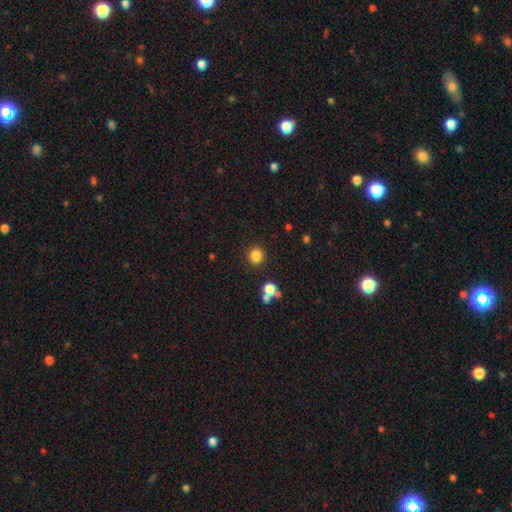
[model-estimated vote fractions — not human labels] Smooth or featured?
  - smooth: 83% *
  - star or artifact: 12%
  - featured or disk: 4%
How rounded?
  - round: 93% *
  - in between: 6%
  - cigar-shaped: 1%
Merging?
  - none: 88% *
  - minor disturbance: 6%
  - merger: 4%
  - major disturbance: 3%